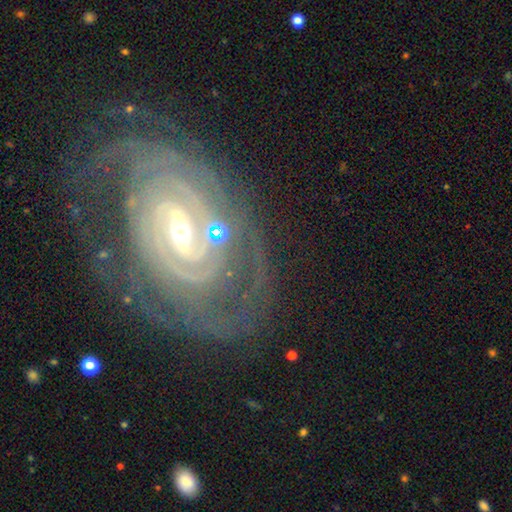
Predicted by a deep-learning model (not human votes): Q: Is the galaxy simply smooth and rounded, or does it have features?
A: featured or disk — 89%.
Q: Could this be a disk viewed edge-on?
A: no — 96%.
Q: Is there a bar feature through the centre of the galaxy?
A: strong — 42%.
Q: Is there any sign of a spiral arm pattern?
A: yes — 97%.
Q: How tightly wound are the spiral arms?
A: tight — 80%.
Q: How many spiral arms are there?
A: can't tell — 27%.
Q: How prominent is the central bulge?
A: small — 49%.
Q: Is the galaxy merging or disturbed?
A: none — 68%.